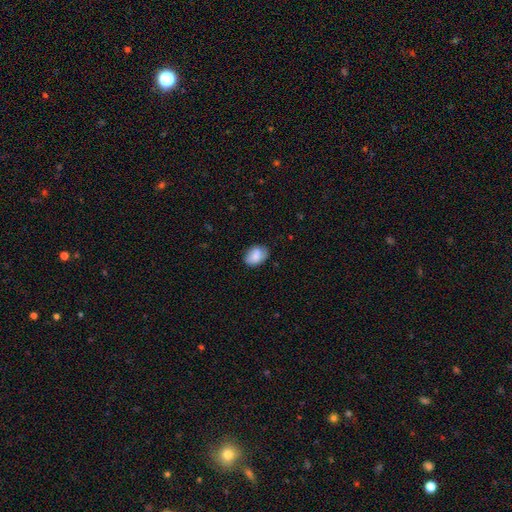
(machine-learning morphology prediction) Smooth or featured? smooth (81%)
How rounded? in between (79%)
Merging? none (75%)